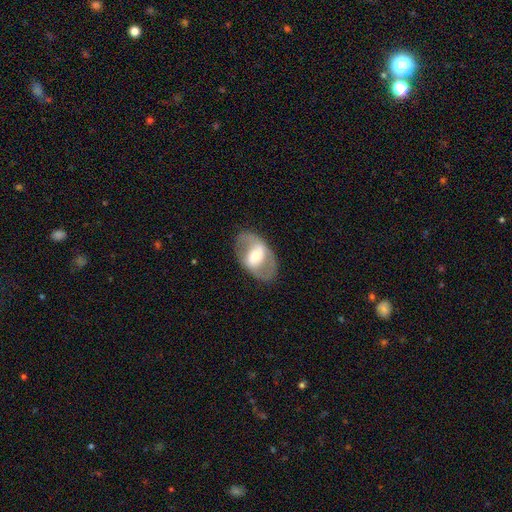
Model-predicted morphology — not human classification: A featured or disk galaxy (65%) with a strong bar (39%), spiral arms (53%) and a moderate central bulge (54%). Merging: none (79%).